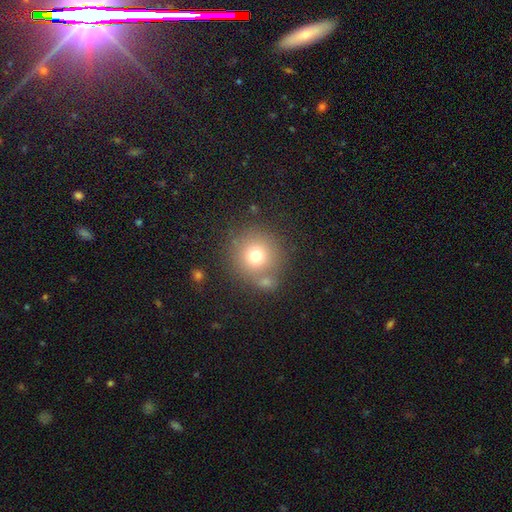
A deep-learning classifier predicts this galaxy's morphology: Smooth or featured? Predicted: smooth (p=0.72). How rounded? Predicted: round (p=0.93). Merging? Predicted: none (p=0.71).